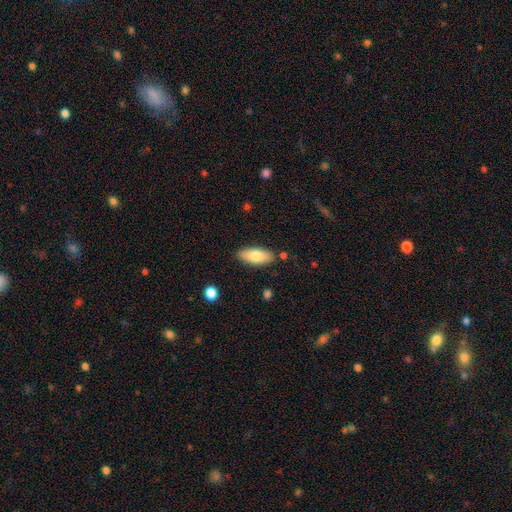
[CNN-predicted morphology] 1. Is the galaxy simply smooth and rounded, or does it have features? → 78% smooth, 16% featured or disk, 6% star or artifact.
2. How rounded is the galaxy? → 80% in between, 18% cigar-shaped, 2% round.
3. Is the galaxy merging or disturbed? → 84% none, 11% minor disturbance, 3% merger, 2% major disturbance.